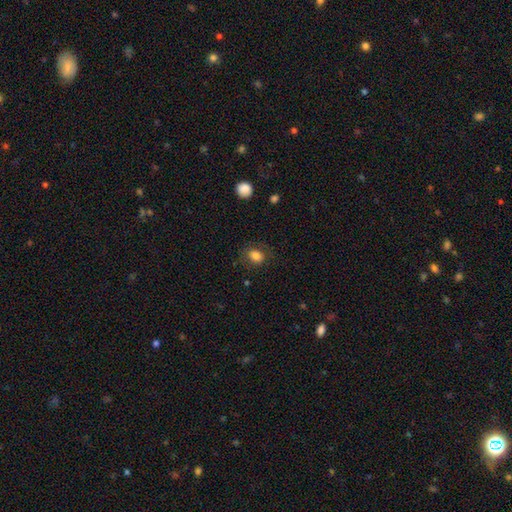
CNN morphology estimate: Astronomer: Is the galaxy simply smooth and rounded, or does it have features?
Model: smooth — 83%.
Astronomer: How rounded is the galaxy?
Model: in between — 51% (runner-up: round, 48%).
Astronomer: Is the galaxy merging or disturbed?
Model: none — 74%.